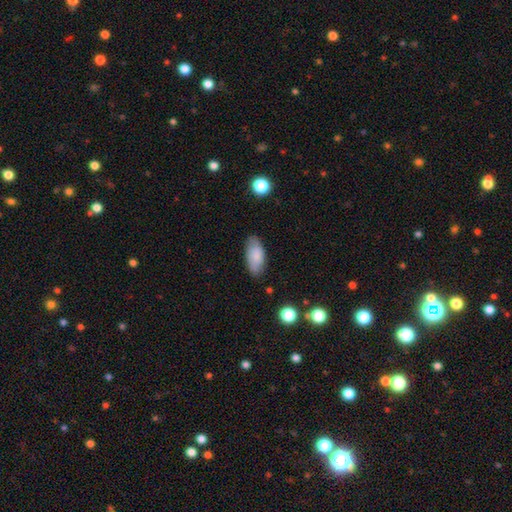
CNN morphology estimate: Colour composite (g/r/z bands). It shows a smooth galaxy with no disk features (80%) that is in between round and cigar-shaped (89%). Merging: none (79%).